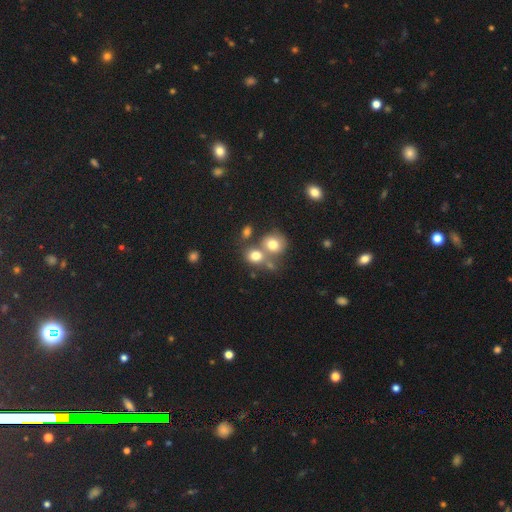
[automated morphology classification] Overall: smooth (75%). How rounded: round (69%; in between 30%). Merging: merger (43%; none 42%).